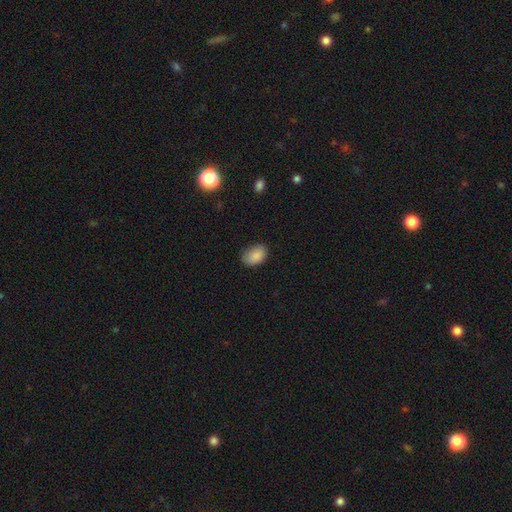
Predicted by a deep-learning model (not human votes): smooth_or_featured: smooth (p=0.87) [alt: star or artifact p=0.08]
how_rounded: in between (p=0.85) [alt: round p=0.14]
merging: none (p=0.73) [alt: minor disturbance p=0.22]